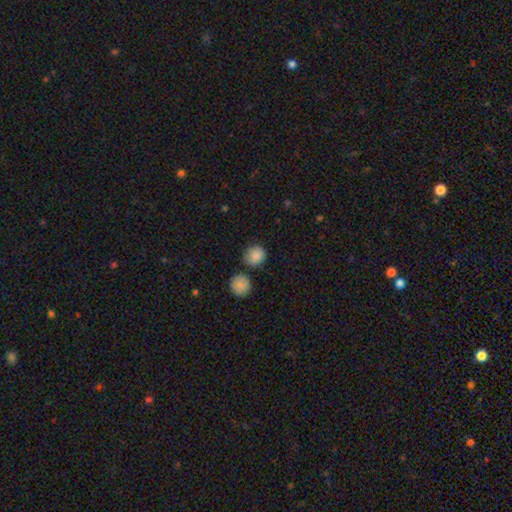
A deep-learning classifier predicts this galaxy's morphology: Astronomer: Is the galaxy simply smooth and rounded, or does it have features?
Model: smooth — 85%.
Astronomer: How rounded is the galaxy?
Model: round — 82%.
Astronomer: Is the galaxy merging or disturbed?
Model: none — 67%.